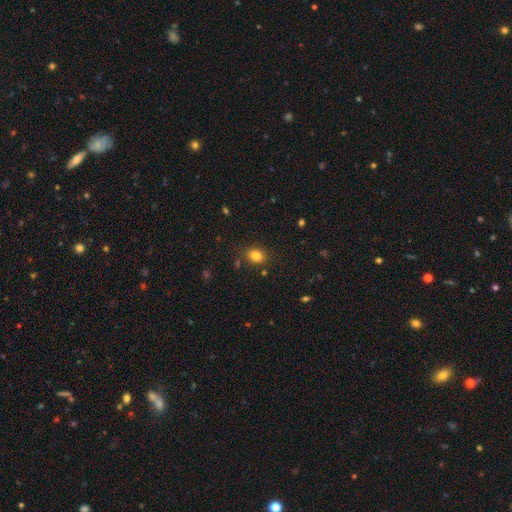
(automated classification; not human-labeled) This appears to be a smooth galaxy with no disk features (84%) that is in between round and cigar-shaped (54%). Merging: none (83%).